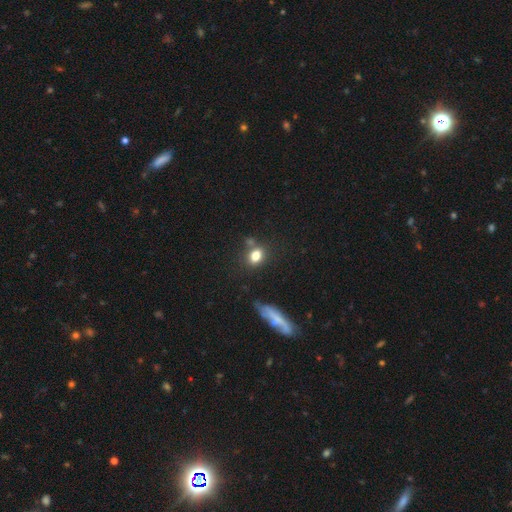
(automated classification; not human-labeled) smooth 78%, star or artifact 12%, featured or disk 10%. Down the decision tree: how rounded — in between (60%); merging — none (65%).